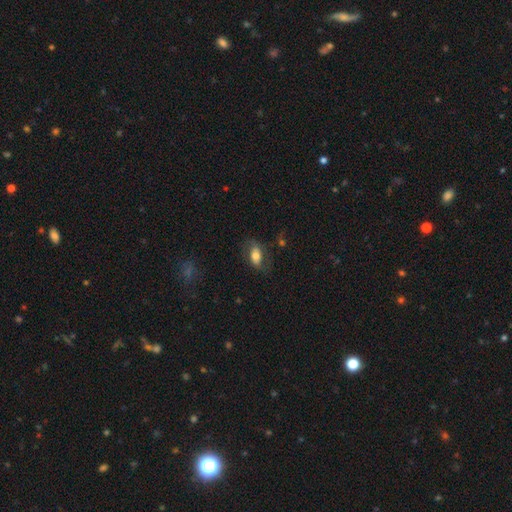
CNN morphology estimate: Q: Smooth or featured?
A: smooth (69%); runner-up: featured or disk (23%)
Q: How rounded?
A: in between (89%); runner-up: round (7%)
Q: Merging?
A: none (65%); runner-up: minor disturbance (20%)